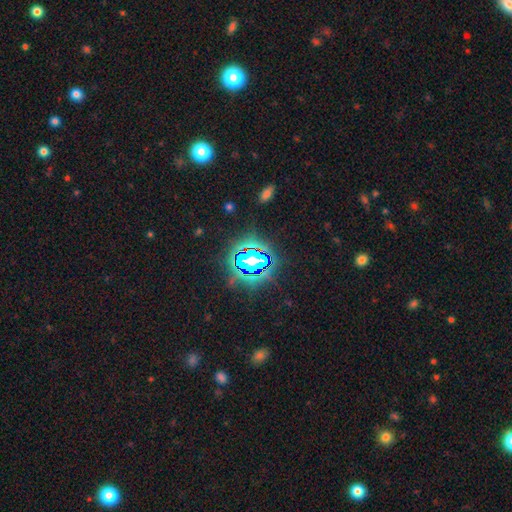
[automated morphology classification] This is clearly a star or artifact rather than a galaxy (80%).